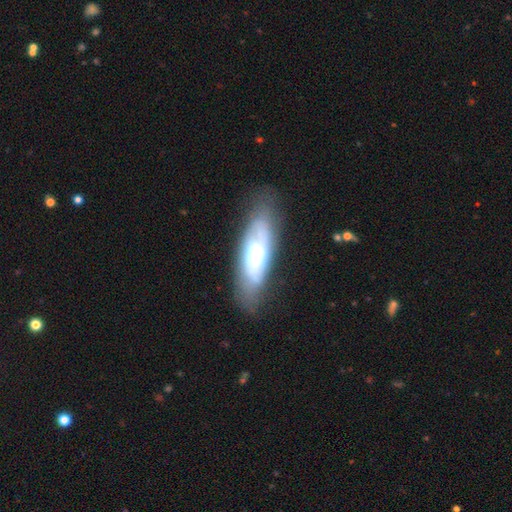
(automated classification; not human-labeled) featured or disk 58%, smooth 35%, star or artifact 7%. Down the decision tree: edge-on disk — no (76%); merging — none (67%).